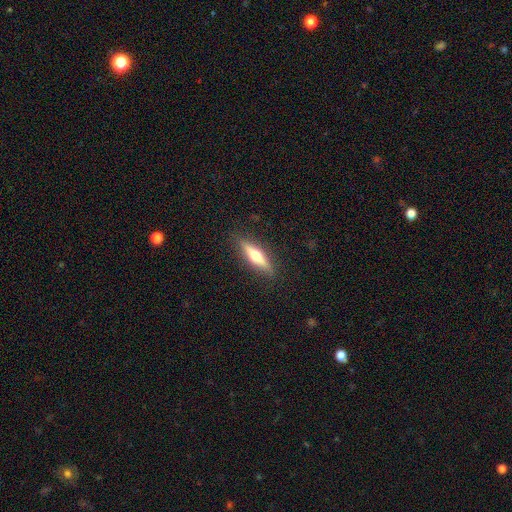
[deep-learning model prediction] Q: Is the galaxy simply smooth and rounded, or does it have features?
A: featured or disk — 56%.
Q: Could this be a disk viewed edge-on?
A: yes — 94%.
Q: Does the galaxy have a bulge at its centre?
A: rounded — 93%.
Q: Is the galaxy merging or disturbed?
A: none — 89%.